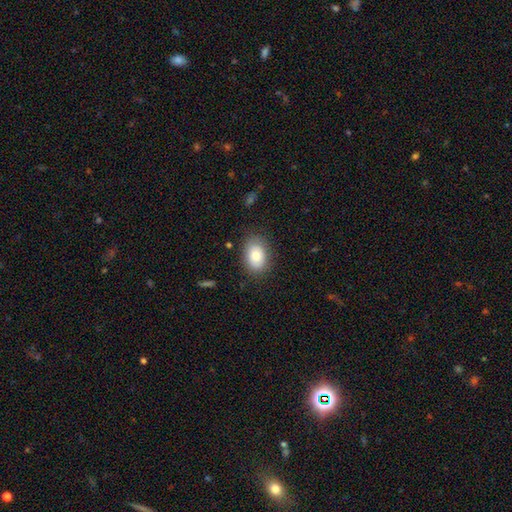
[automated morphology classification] This appears to be a smooth galaxy with no disk features (78%) that is in between round and cigar-shaped (81%). Merging: none (83%).